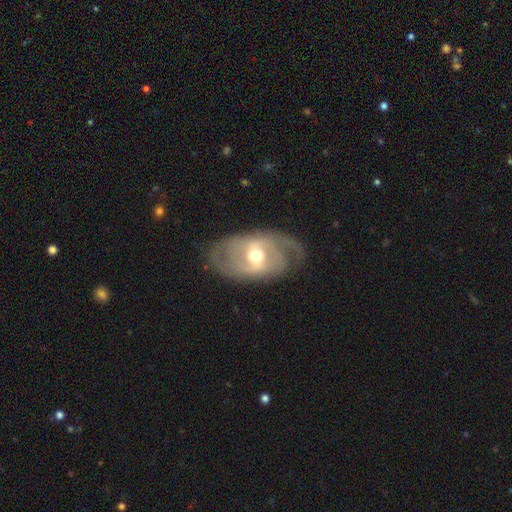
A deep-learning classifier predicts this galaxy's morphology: This is likely a featured or disk galaxy (79%). It is clearly not viewed edge-on (94%). Bar: possibly weak (46%). Spiral arm pattern: clearly yes (85%). Spiral arm count: likely 2 (65%). Spiral winding: marginally medium (41%). Central bulge: likely moderate (71%). Merging: likely none (74%).